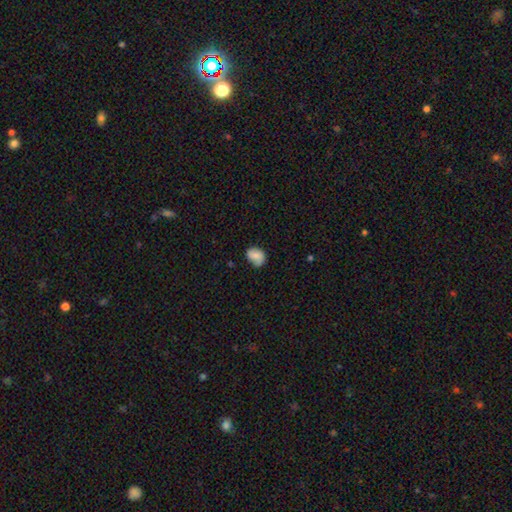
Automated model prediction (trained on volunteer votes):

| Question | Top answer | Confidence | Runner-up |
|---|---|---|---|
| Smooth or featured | smooth | 73% | featured or disk (18%) |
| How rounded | in between | 54% | round (45%) |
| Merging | none | 58% | minor disturbance (31%) |